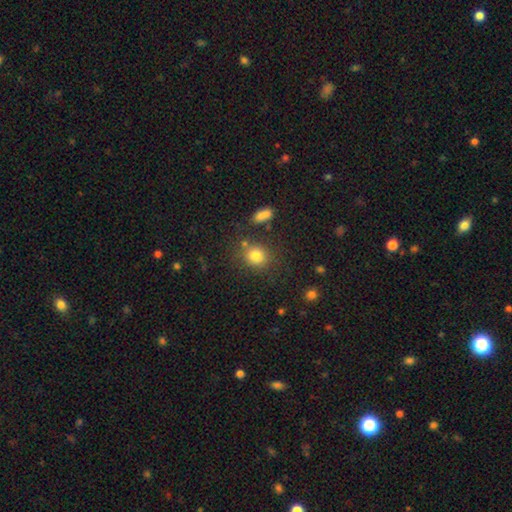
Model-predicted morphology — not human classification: smooth-or-featured: smooth: 81% | star or artifact: 12% | featured or disk: 7%
  how-rounded: round: 77% | in between: 22% | cigar-shaped: 1%
  merging: none: 75% | minor disturbance: 11% | merger: 9% | major disturbance: 5%